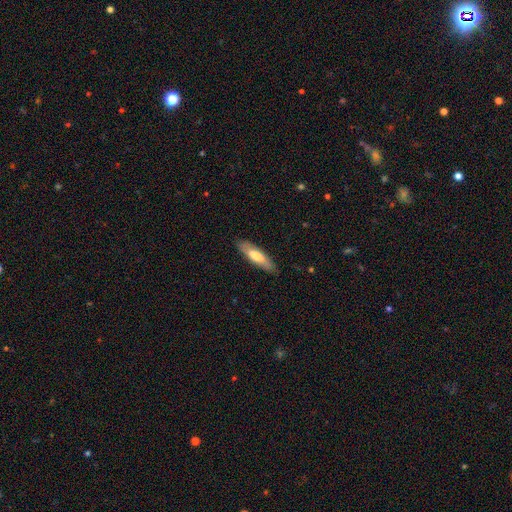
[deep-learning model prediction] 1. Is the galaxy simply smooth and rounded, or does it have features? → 67% smooth, 28% featured or disk, 5% star or artifact.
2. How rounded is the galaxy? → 62% cigar-shaped, 36% in between, 1% round.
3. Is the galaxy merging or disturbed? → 84% none, 12% minor disturbance, 2% major disturbance, 1% merger.